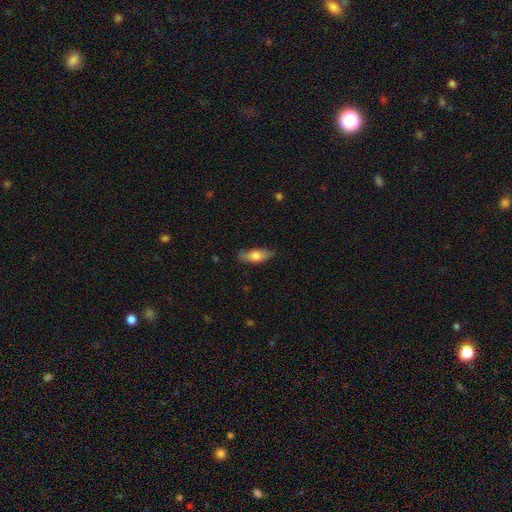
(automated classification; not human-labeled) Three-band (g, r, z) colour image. It shows a smooth galaxy with no disk features (67%) that is in between round and cigar-shaped (64%). Merging: none (73%).